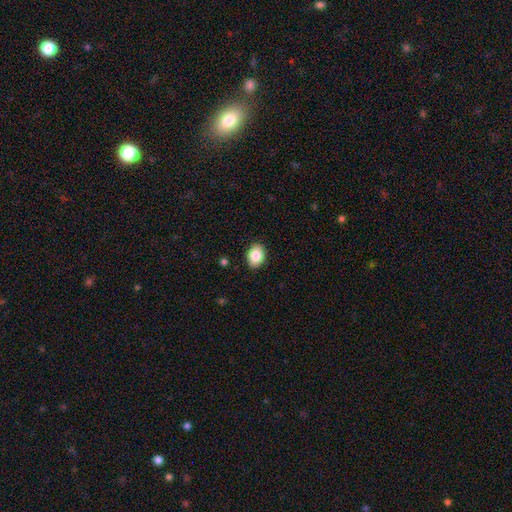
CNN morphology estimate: Smooth or featured: smooth — 86% (star or artifact — 8%)
How rounded: in between — 70% (round — 29%)
Merging: none — 89% (minor disturbance — 8%)